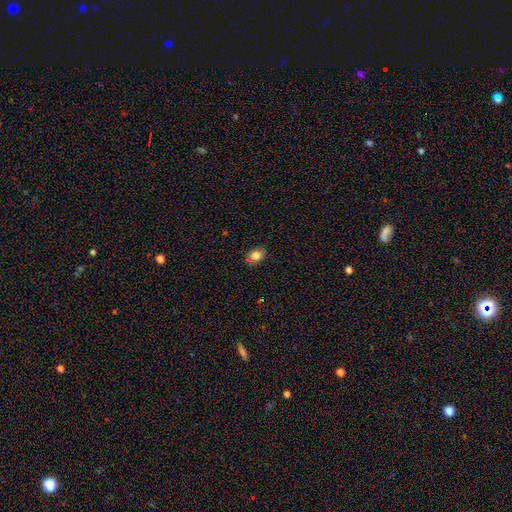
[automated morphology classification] smooth-or-featured: smooth: 78% | star or artifact: 13% | featured or disk: 9%
  how-rounded: in between: 64% | round: 35% | cigar-shaped: 1%
  merging: none: 77% | minor disturbance: 15% | merger: 5% | major disturbance: 3%